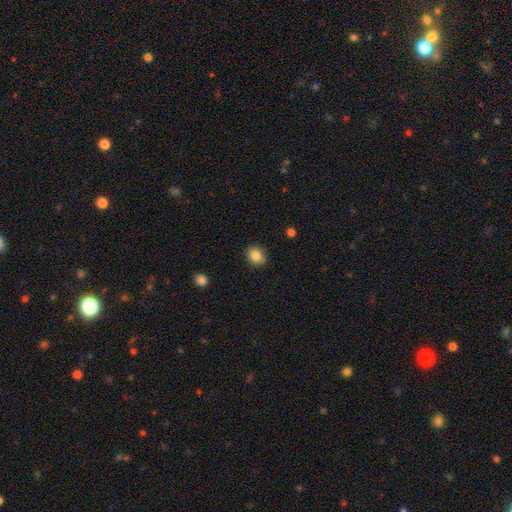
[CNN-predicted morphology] Overall: smooth (86%). How rounded: round (66%; in between 33%). Merging: none (84%).